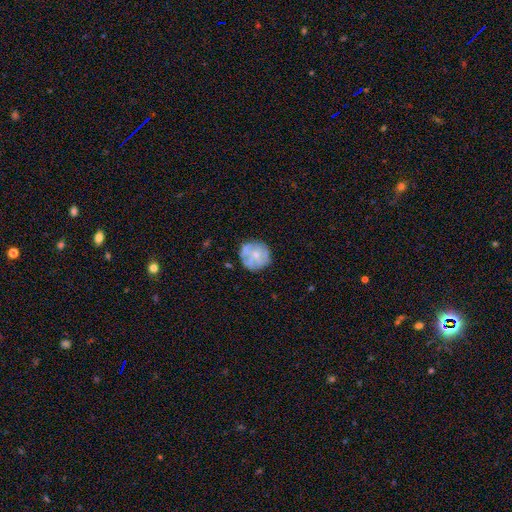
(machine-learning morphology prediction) Smooth or featured?
  - featured or disk: 48% *
  - smooth: 44%
  - star or artifact: 8%
Merging?
  - none: 70% *
  - minor disturbance: 18%
  - major disturbance: 8%
  - merger: 4%